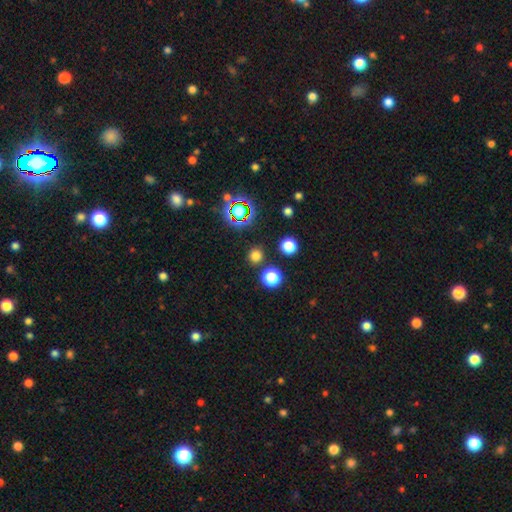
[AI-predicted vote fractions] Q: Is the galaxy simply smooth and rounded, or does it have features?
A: smooth — 71%.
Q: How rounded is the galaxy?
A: round — 93%.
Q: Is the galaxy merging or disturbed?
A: none — 84%.